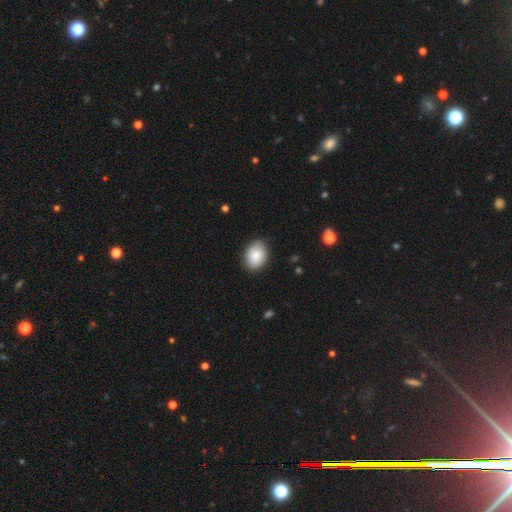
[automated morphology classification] Q: Smooth or featured?
A: smooth (86%); runner-up: featured or disk (7%)
Q: How rounded?
A: in between (72%); runner-up: round (27%)
Q: Merging?
A: none (85%); runner-up: minor disturbance (12%)